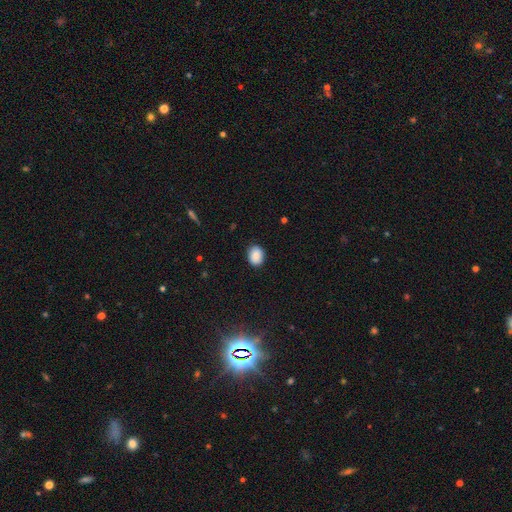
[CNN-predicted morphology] This appears to be a smooth galaxy with no disk features (86%) that is in between round and cigar-shaped (55%). Merging: none (86%).